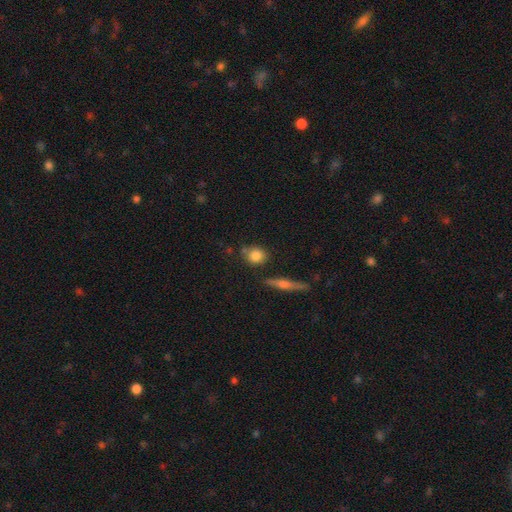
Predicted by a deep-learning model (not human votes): smooth_or_featured: smooth (p=0.80) [alt: featured or disk p=0.11]
how_rounded: round (p=0.73) [alt: in between p=0.23]
merging: none (p=0.72) [alt: minor disturbance p=0.15]